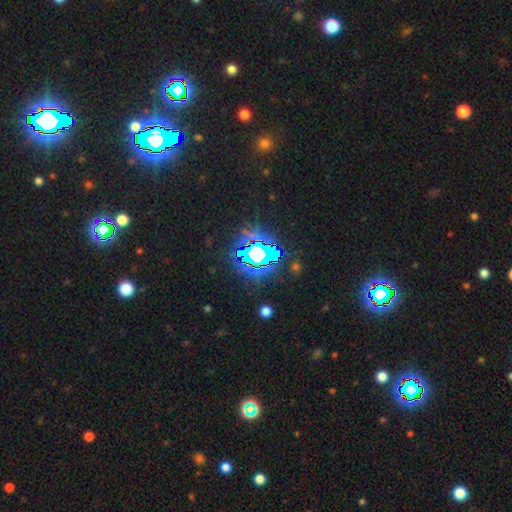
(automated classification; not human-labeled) Smooth or featured: star or artifact — 74% (smooth — 13%)